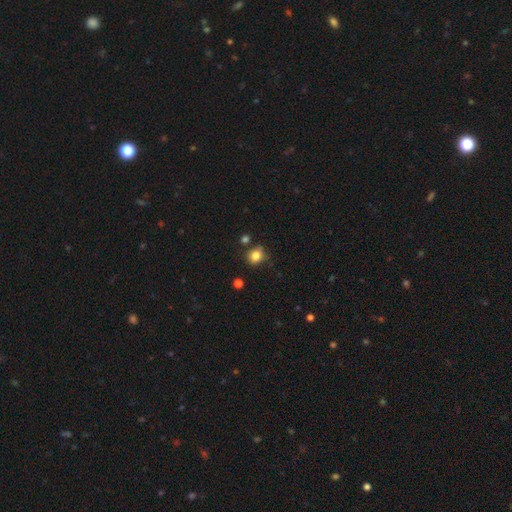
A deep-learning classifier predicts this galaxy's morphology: Smooth or featured: smooth — 83% (star or artifact — 11%)
How rounded: round — 70% (in between — 29%)
Merging: none — 74% (minor disturbance — 16%)